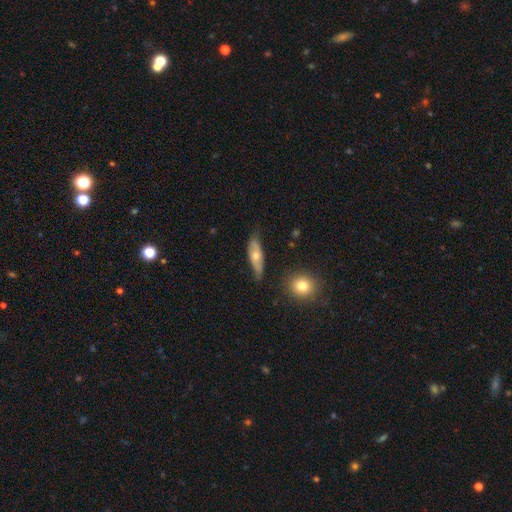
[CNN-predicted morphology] Smooth or featured?
  - featured or disk: 47% *
  - smooth: 45%
  - star or artifact: 7%
Merging?
  - none: 68% *
  - minor disturbance: 24%
  - major disturbance: 6%
  - merger: 2%